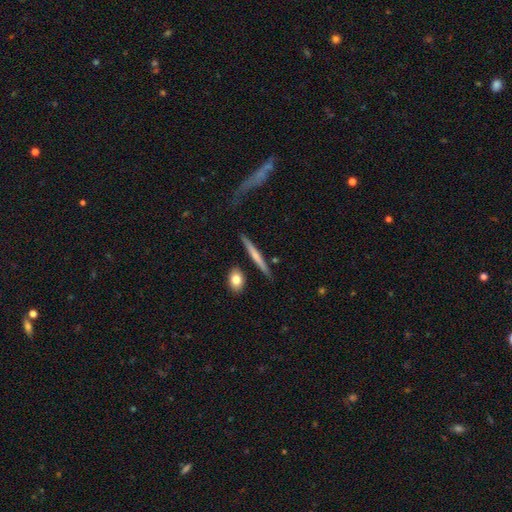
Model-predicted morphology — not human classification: A smooth galaxy with no disk features (51%) that is cigar-shaped (92%).

Vote fractions:
- Smooth or featured? smooth: 51% / featured or disk: 43% / star or artifact: 6%
- How rounded? cigar-shaped: 92% / in between: 5% / round: 3%
- Merging? none: 81% / minor disturbance: 11% / merger: 5% / major disturbance: 3%